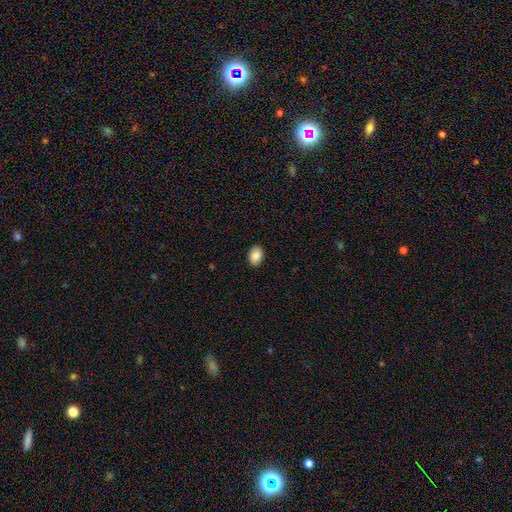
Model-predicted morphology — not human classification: A smooth galaxy with no disk features (88%) that is in between round and cigar-shaped (80%). Merging: none (90%).